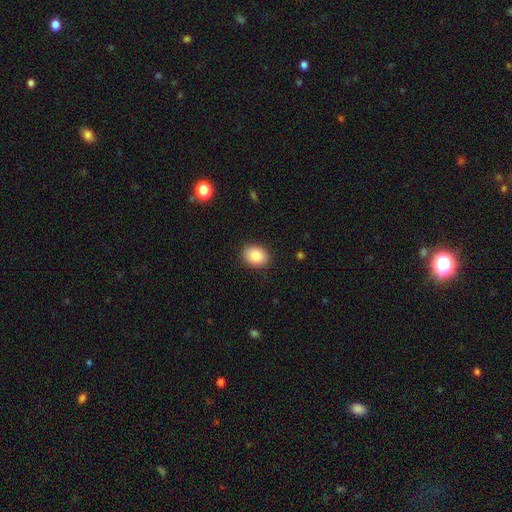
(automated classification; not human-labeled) smooth 85%, star or artifact 8%, featured or disk 7%. Down the decision tree: how rounded — in between (60%); merging — none (89%).